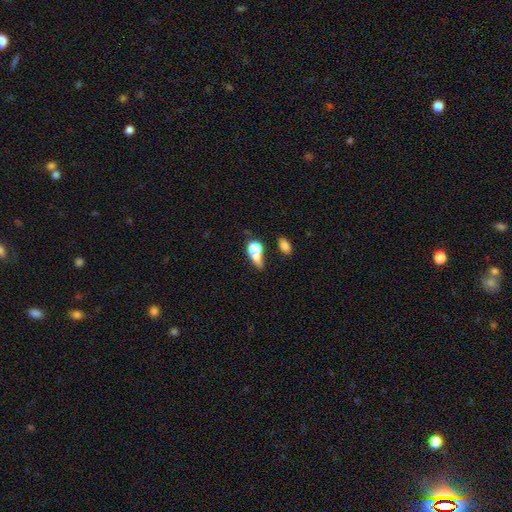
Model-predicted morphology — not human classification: smooth-or-featured: smooth: 66% | star or artifact: 18% | featured or disk: 17%
  how-rounded: in between: 48% | round: 30% | cigar-shaped: 23%
  merging: none: 38% | merger: 31% | major disturbance: 16% | minor disturbance: 16%